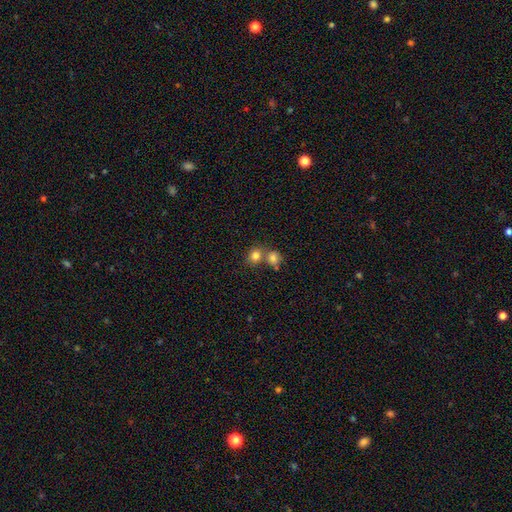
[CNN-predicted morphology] Q: Smooth or featured?
A: smooth (81%); runner-up: star or artifact (11%)
Q: How rounded?
A: round (69%); runner-up: in between (30%)
Q: Merging?
A: none (45%); runner-up: merger (44%)